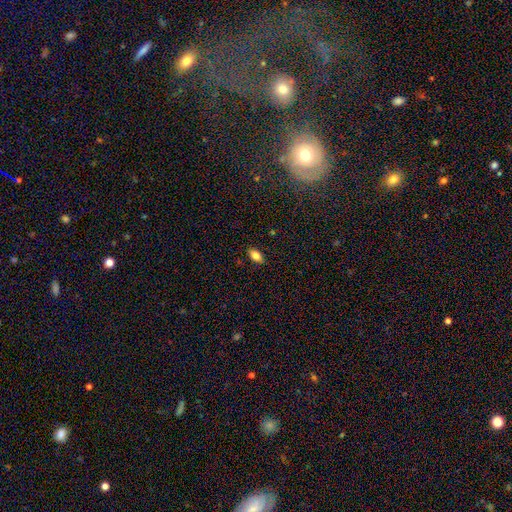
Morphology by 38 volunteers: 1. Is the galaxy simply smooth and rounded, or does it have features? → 74% smooth, 18% featured or disk, 8% star or artifact.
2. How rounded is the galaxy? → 86% in between, 11% cigar-shaped, 4% round.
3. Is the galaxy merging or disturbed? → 89% none, 6% minor disturbance, 3% major disturbance, 3% merger.